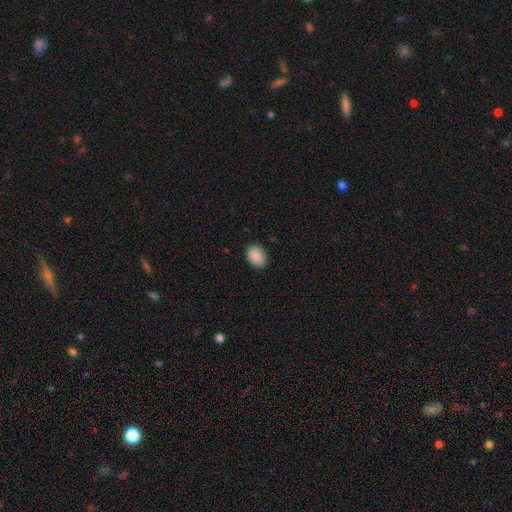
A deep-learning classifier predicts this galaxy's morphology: Smooth or featured? smooth (89%)
How rounded? in between (79%)
Merging? none (85%)